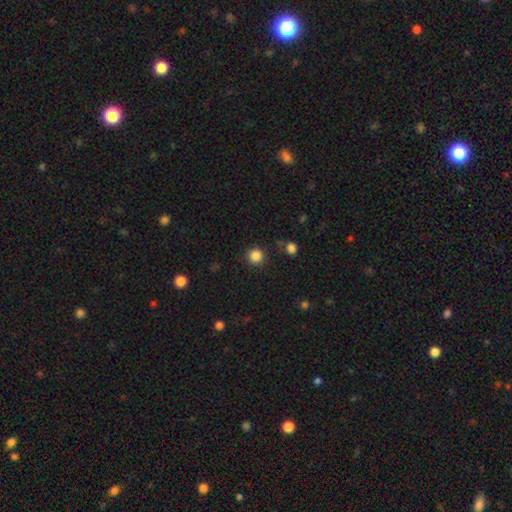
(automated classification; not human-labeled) Smooth or featured? smooth (85%)
How rounded? round (94%)
Merging? none (88%)